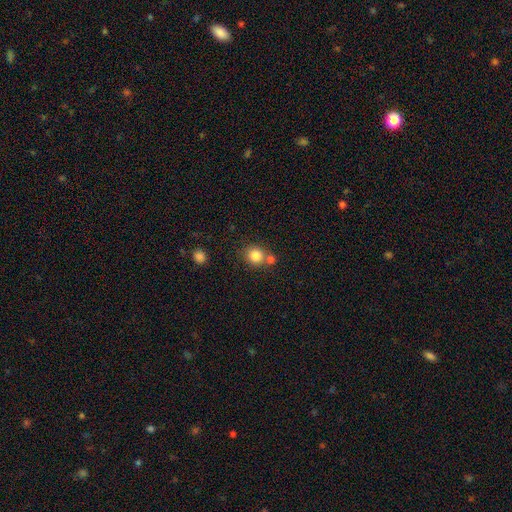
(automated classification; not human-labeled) Morphology: type=smooth (83%); roundness=round (85%); merging=none (65%).